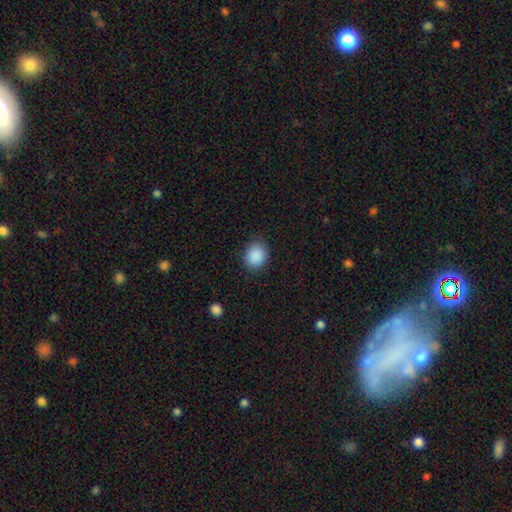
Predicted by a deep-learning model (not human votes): Smooth or featured? smooth (89%)
How rounded? round (62%)
Merging? none (86%)